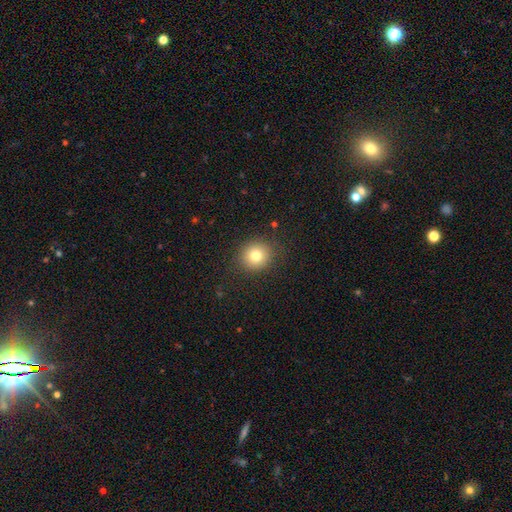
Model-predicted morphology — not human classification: This appears to be a smooth galaxy with no disk features (78%) that is round (89%). Merging: none (87%).